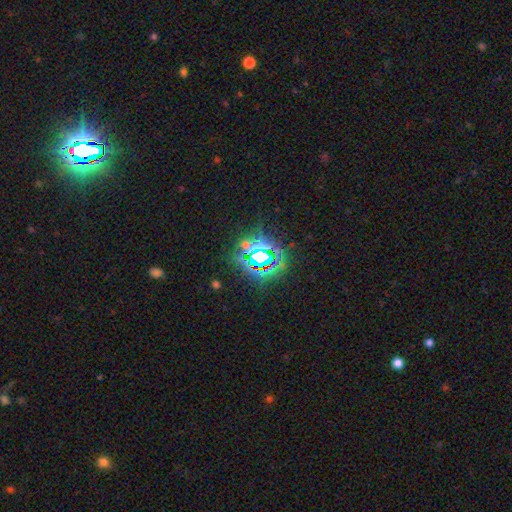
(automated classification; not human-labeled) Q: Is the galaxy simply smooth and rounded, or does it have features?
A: star or artifact — 75%.